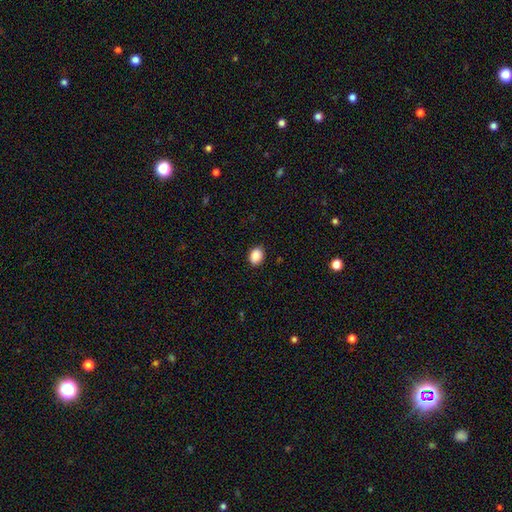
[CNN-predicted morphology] Smooth or featured: smooth — 88% (star or artifact — 8%)
How rounded: in between — 67% (round — 32%)
Merging: none — 88% (minor disturbance — 9%)